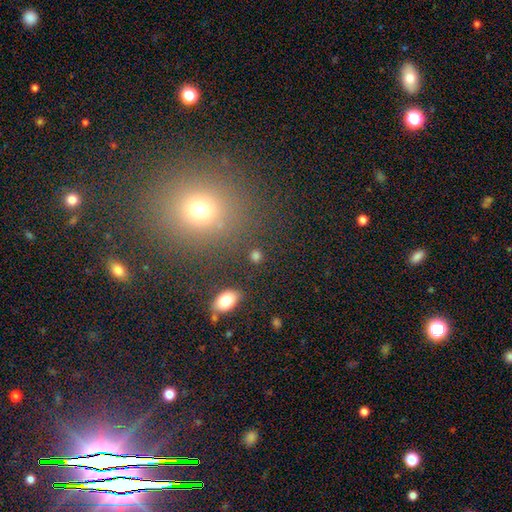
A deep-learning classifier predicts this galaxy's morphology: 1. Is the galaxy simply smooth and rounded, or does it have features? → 80% smooth, 14% star or artifact, 6% featured or disk.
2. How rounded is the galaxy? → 75% round, 23% in between, 2% cigar-shaped.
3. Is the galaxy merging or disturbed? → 83% none, 8% minor disturbance, 5% merger, 4% major disturbance.